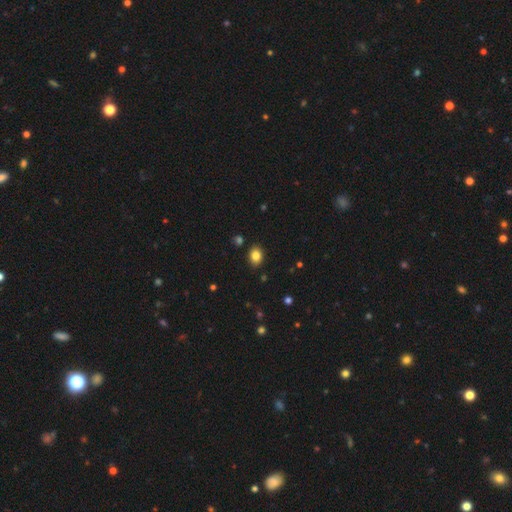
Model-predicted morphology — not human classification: Q: Smooth or featured?
A: smooth (84%); runner-up: star or artifact (10%)
Q: How rounded?
A: in between (68%); runner-up: round (31%)
Q: Merging?
A: none (87%); runner-up: minor disturbance (9%)